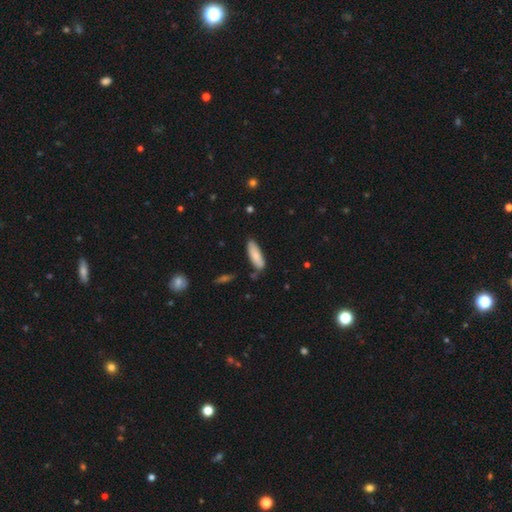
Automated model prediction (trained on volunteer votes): The model was most divided on "how rounded": in between: 54%, cigar-shaped: 44%, round: 2%. More confident: smooth or featured — smooth (81%); merging — none (77%).